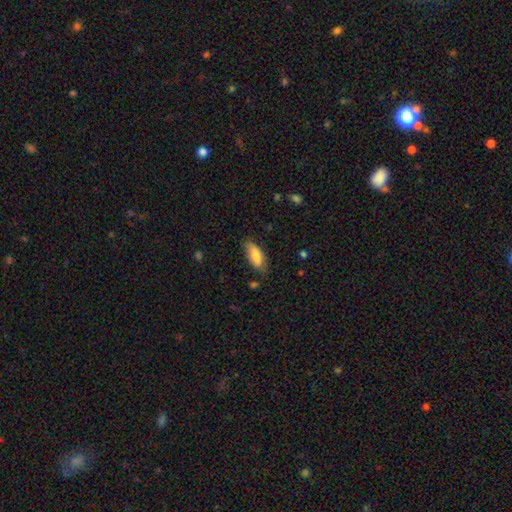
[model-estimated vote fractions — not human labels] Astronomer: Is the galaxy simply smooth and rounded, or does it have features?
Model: smooth — 82%.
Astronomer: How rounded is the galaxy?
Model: in between — 78%.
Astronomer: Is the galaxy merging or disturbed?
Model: none — 74%.